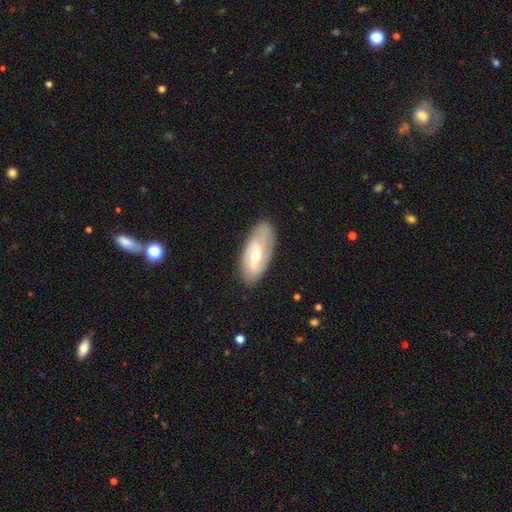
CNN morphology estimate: Smooth or featured? featured or disk (74%)
Edge-on disk? no (90%)
Bar? weak (46%)
Spiral arms? yes (83%)
Spiral winding? medium (40%)
Spiral arm count? 2 (72%)
Bulge size? moderate (62%)
Merging? none (82%)